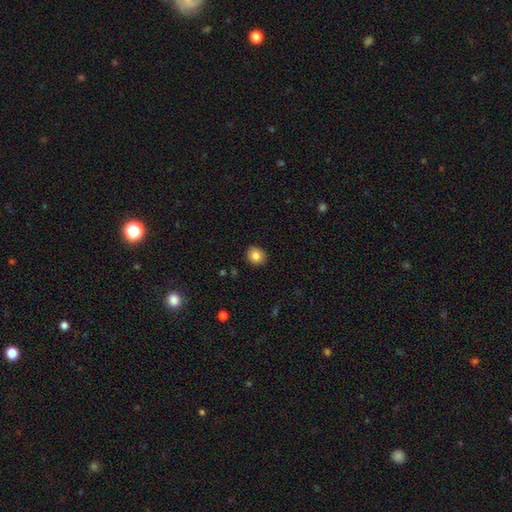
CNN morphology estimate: This appears to be a smooth galaxy with no disk features (84%) that is round (79%). Merging: none (91%).